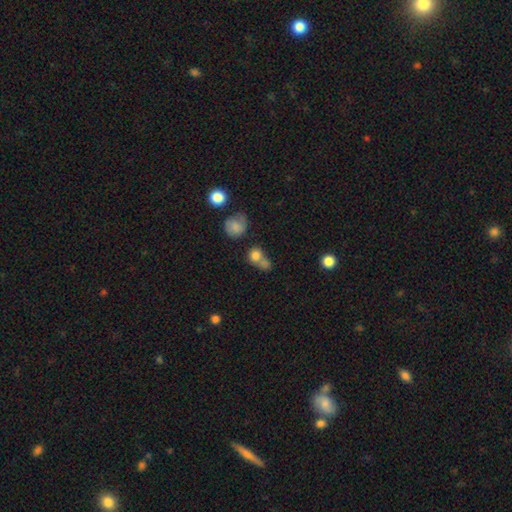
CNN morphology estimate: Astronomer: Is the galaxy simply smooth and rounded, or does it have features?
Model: smooth — 77%.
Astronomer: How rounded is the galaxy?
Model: round — 73%.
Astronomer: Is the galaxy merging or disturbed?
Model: merger — 51% (runner-up: none, 32%).